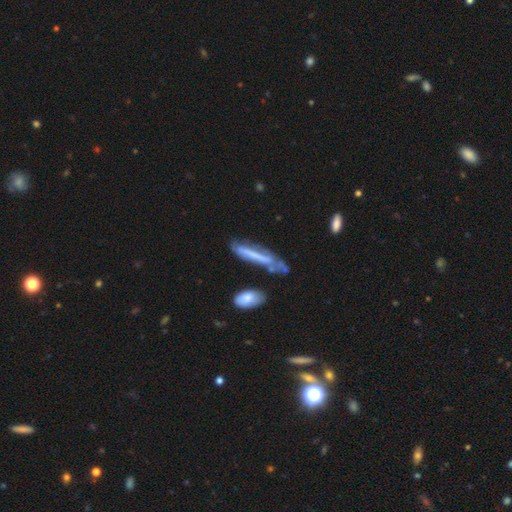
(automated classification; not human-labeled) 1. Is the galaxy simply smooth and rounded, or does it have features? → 47% smooth, 44% featured or disk, 9% star or artifact.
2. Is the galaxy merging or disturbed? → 47% none, 27% minor disturbance, 15% major disturbance, 12% merger.